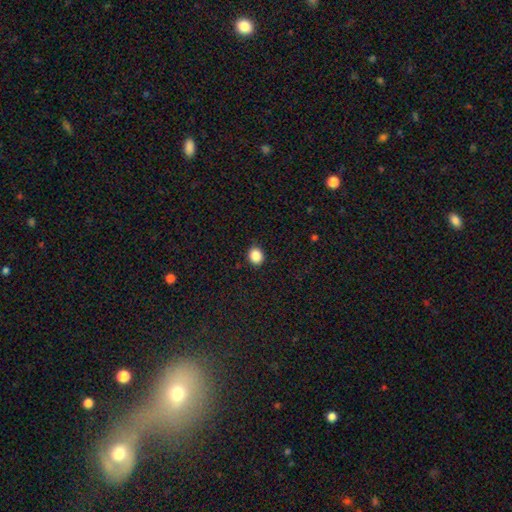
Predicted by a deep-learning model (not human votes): Morphology: type=smooth (87%); roundness=round (72%); merging=none (89%).